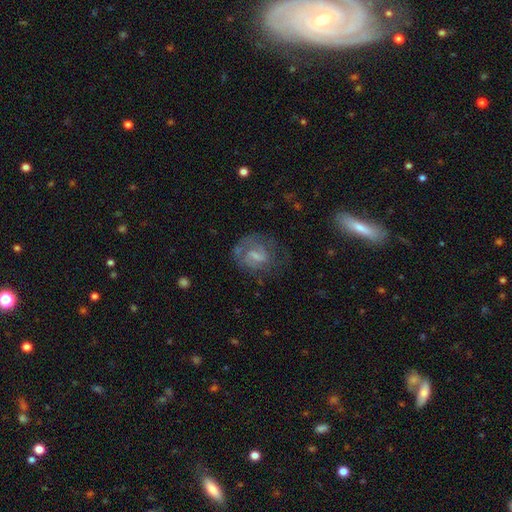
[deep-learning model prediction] featured or disk 69%, smooth 24%, star or artifact 8%. Down the decision tree: edge-on disk — no (97%); bar — weak (57%); spiral arms — yes (85%); spiral arm count — 2 (53%); spiral winding — medium (43%); bulge size — small (43%); merging — none (57%).